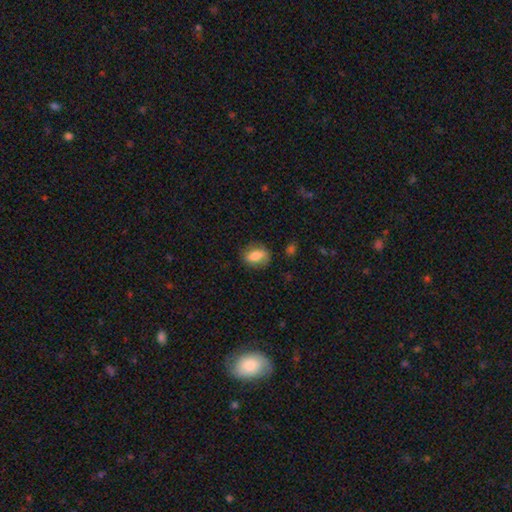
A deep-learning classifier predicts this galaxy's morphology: Smooth or featured? Predicted: smooth (p=0.68). How rounded? Predicted: in between (p=0.73). Merging? Predicted: none (p=0.78).